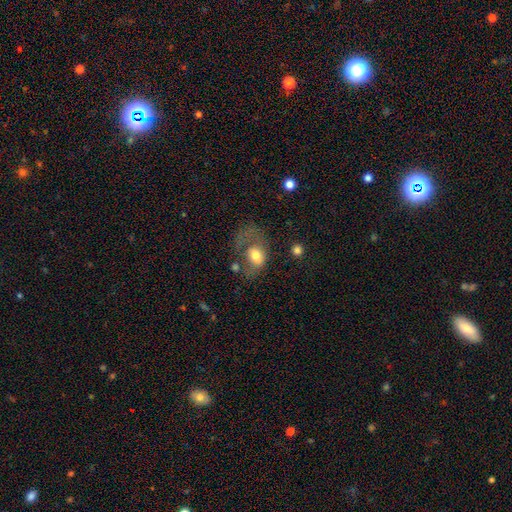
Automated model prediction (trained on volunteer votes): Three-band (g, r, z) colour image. It shows a smooth galaxy with no disk features (63%) that is in between round and cigar-shaped (70%). Merging: major disturbance (50%).